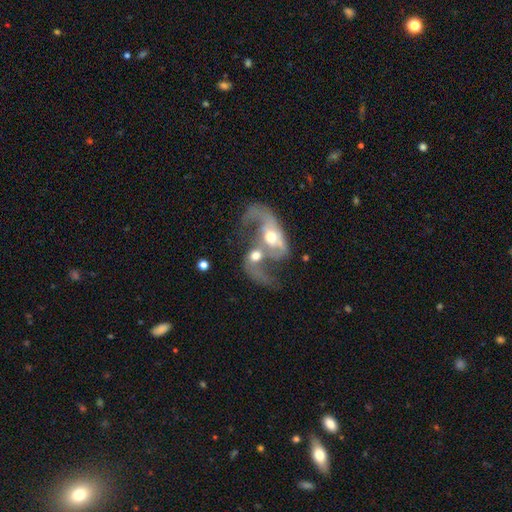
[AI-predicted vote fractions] A featured or disk galaxy (66%) with no bar (68%), spiral arms (67%) and a moderate central bulge (63%).

Vote fractions:
- Smooth or featured? featured or disk: 66% / smooth: 27% / star or artifact: 7%
- Edge-on disk? no: 95% / yes: 5%
- Bar? no: 68% / weak: 24% / strong: 8%
- Spiral arms? yes: 67% / no: 33%
- Bulge size? moderate: 63% / large: 20% / small: 11% / none: 3% / dominant: 3%
- Merging? merger: 76% / major disturbance: 14% / none: 6% / minor disturbance: 4%